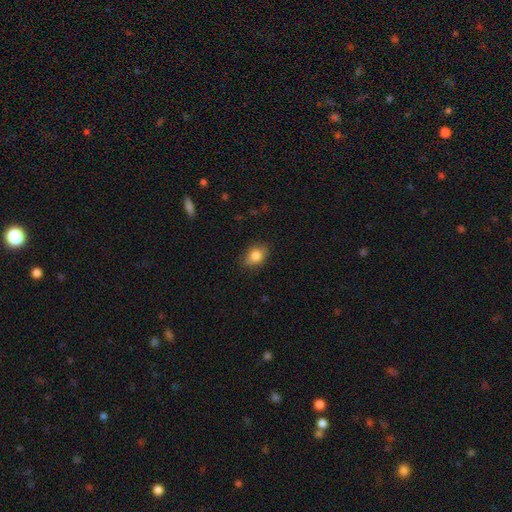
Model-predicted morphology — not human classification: This is clearly a smooth galaxy (84%). How rounded: likely in between (73%). Merging: clearly none (83%).